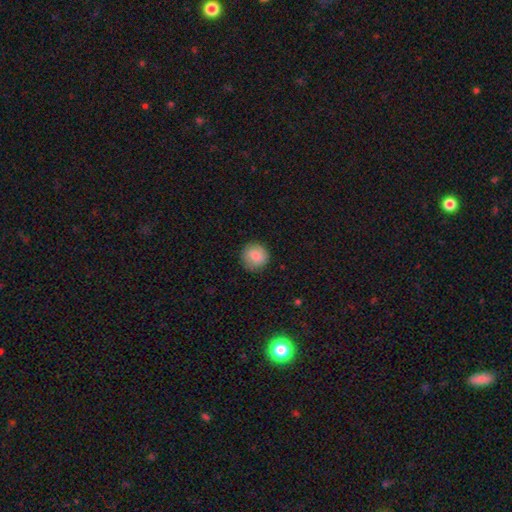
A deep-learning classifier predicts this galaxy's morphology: This is clearly a smooth galaxy (85%). How rounded: clearly round (93%). Merging: clearly none (87%).